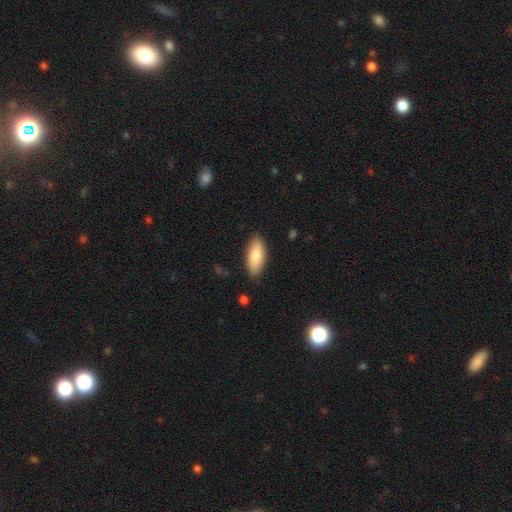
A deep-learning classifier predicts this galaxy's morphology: A smooth galaxy with no disk features (82%) that is in between round and cigar-shaped (84%). Merging: none (85%).